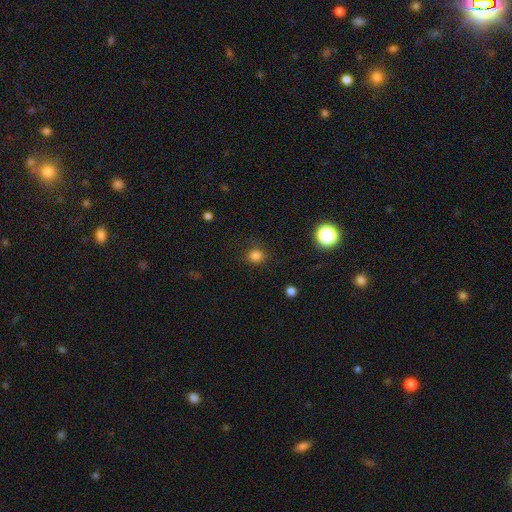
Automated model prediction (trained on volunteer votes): Smooth or featured?
  - smooth: 81% *
  - star or artifact: 14%
  - featured or disk: 4%
How rounded?
  - round: 78% *
  - in between: 21%
  - cigar-shaped: 1%
Merging?
  - none: 83% *
  - minor disturbance: 11%
  - major disturbance: 4%
  - merger: 1%